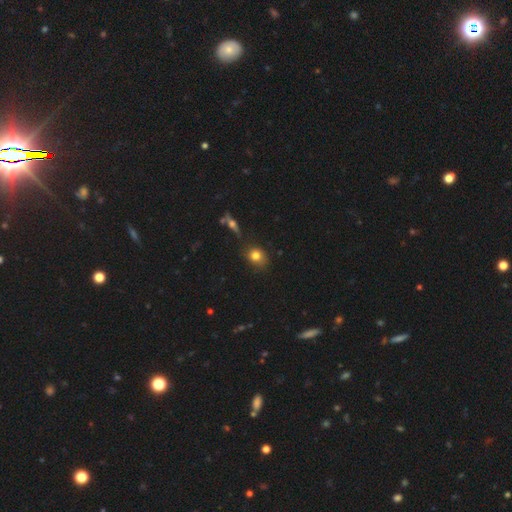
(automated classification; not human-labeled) A smooth galaxy with no disk features (78%) that is round (63%). Merging: none (71%).